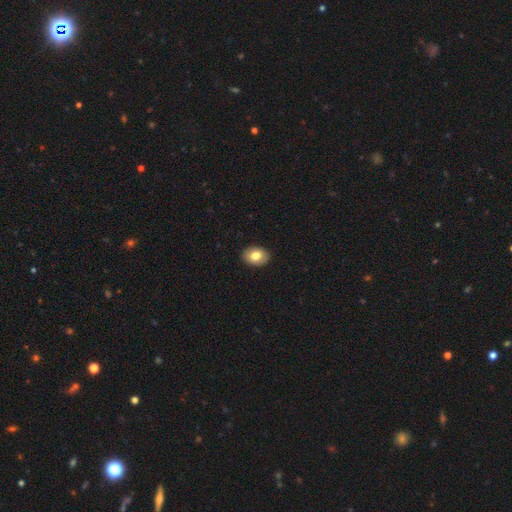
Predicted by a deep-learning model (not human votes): Smooth or featured? Predicted: smooth (p=0.79). How rounded? Predicted: in between (p=0.72). Merging? Predicted: none (p=0.90).